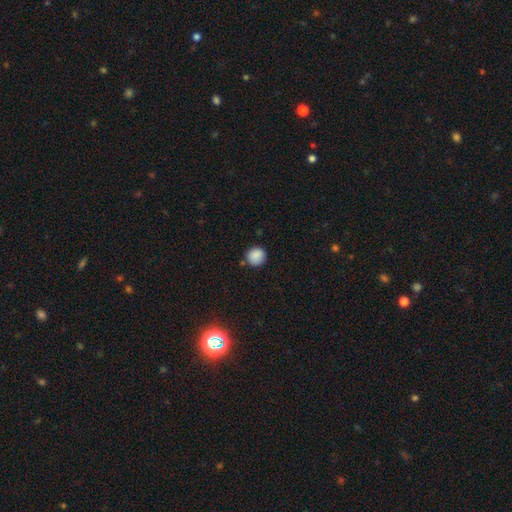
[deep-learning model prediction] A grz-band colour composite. It shows a smooth galaxy with no disk features (87%) that is round (92%). Merging: none (83%).